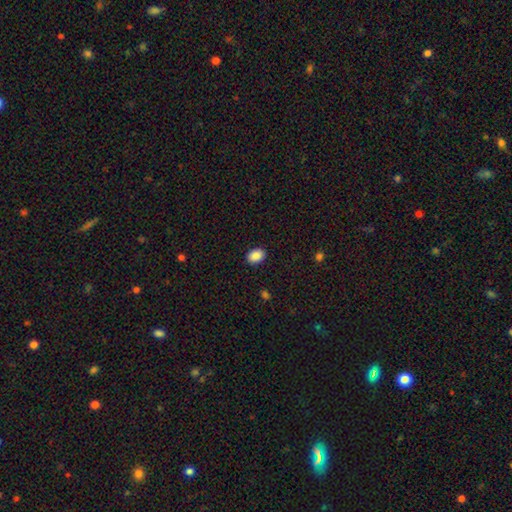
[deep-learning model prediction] Morphology: type=smooth (89%); roundness=in between (77%); merging=none (89%).